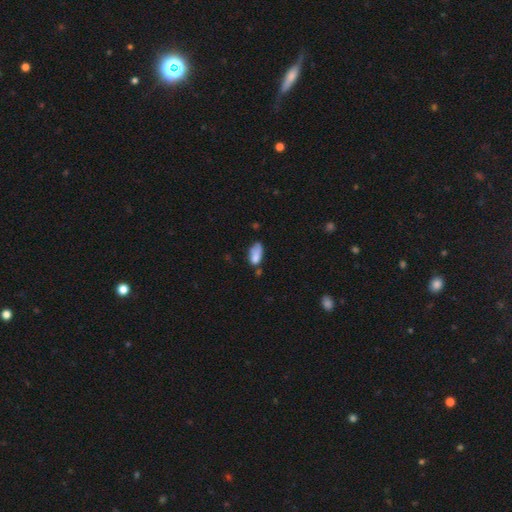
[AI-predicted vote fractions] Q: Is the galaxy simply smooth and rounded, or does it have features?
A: smooth — 72%.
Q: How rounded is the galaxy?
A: in between — 88%.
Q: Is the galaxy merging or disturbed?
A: none — 34%.